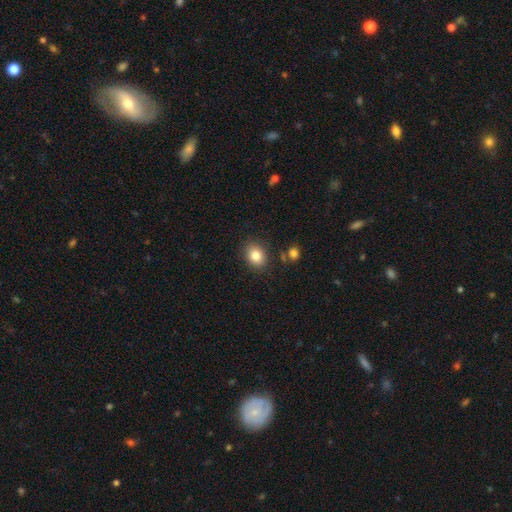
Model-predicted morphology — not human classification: smooth 84%, star or artifact 10%, featured or disk 7%. Down the decision tree: how rounded — in between (53%); merging — none (85%).